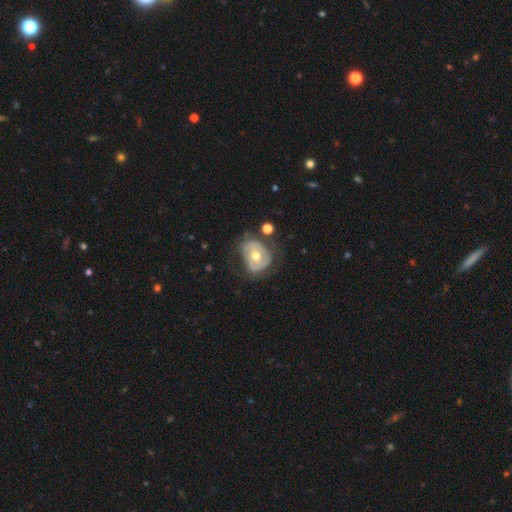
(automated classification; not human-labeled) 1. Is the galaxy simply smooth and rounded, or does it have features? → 63% featured or disk, 31% smooth, 6% star or artifact.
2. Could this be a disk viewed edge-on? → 96% no, 4% yes.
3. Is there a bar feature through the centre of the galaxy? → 67% no, 23% weak, 10% strong.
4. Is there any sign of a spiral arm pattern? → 57% no, 43% yes.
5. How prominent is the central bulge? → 77% moderate, 16% small, 5% large, 1% none, 1% dominant.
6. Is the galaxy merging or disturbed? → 50% none, 28% minor disturbance, 17% major disturbance, 4% merger.